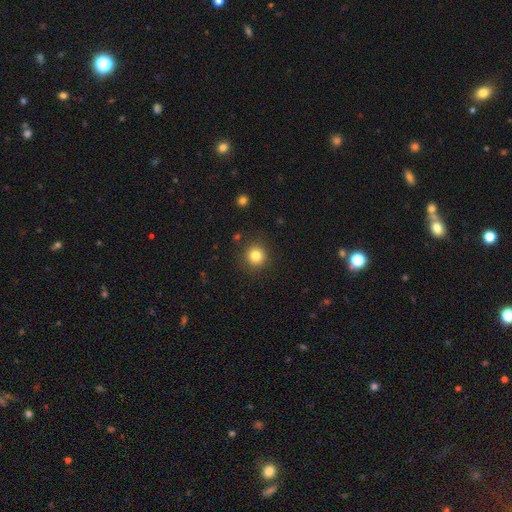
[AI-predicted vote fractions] The model was most divided on "smooth or featured": smooth: 82%, star or artifact: 12%, featured or disk: 6%. More confident: how rounded — round (94%); merging — none (90%).